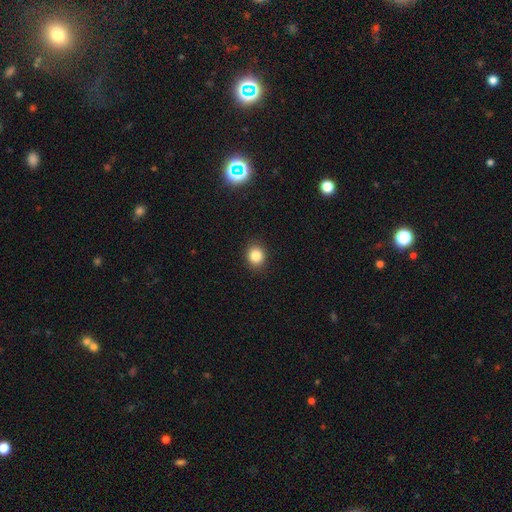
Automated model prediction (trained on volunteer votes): smooth-or-featured: smooth: 84% | star or artifact: 11% | featured or disk: 5%
  how-rounded: round: 72% | in between: 27% | cigar-shaped: 1%
  merging: none: 90% | minor disturbance: 7% | major disturbance: 2% | merger: 1%